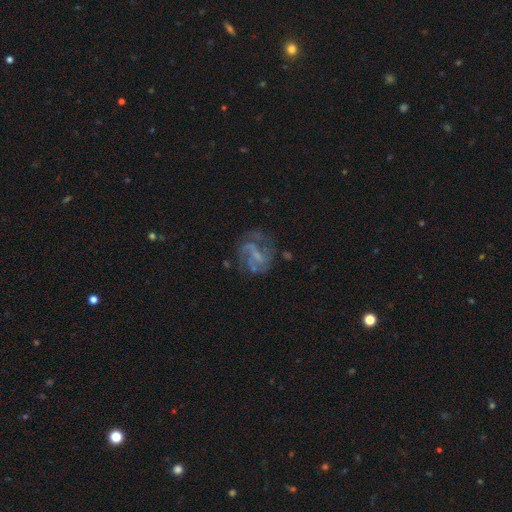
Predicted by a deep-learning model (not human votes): featured or disk 70%, smooth 18%, star or artifact 12%. Down the decision tree: edge-on disk — no (98%); bar — weak (43%); spiral arms — yes (73%); bulge size — none (46%); merging — none (48%).